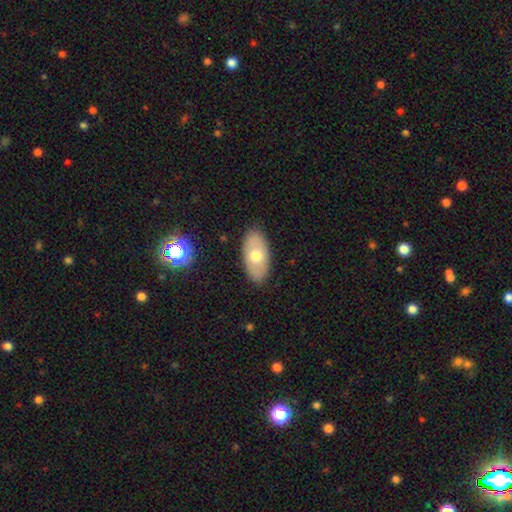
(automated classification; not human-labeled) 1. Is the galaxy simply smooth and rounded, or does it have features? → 60% smooth, 33% featured or disk, 7% star or artifact.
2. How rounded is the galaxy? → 93% in between, 5% round, 3% cigar-shaped.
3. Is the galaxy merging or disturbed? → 87% none, 10% minor disturbance, 2% major disturbance, 1% merger.